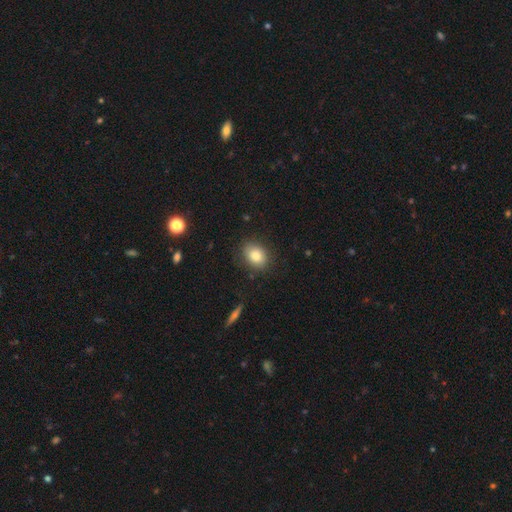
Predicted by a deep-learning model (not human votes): Overall: smooth (82%). How rounded: in between (65%; round 34%). Merging: none (82%).